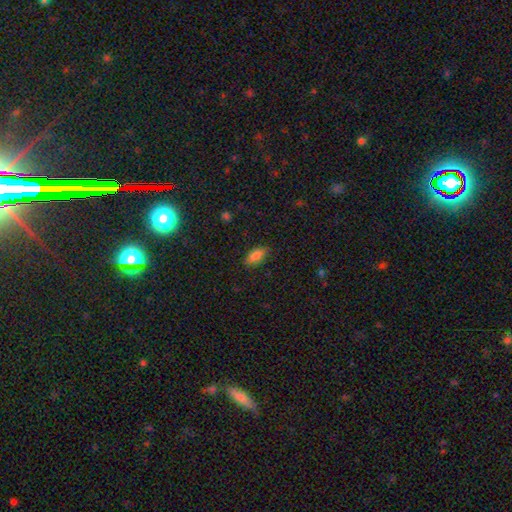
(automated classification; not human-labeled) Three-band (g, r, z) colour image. It shows a smooth galaxy with no disk features (83%) that is in between round and cigar-shaped (85%). Merging: none (83%).